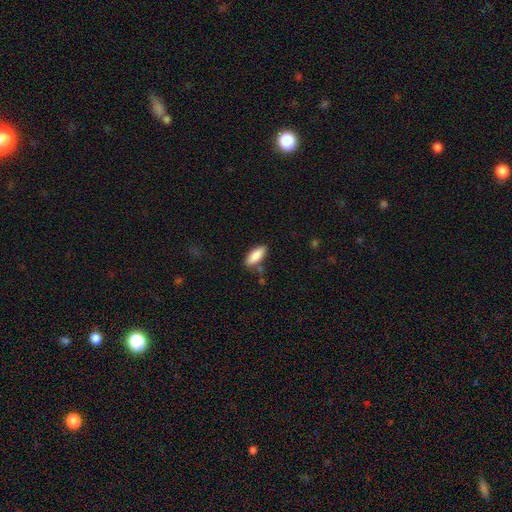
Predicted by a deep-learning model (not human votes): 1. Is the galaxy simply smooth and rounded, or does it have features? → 86% smooth, 8% featured or disk, 6% star or artifact.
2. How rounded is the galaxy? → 77% in between, 21% cigar-shaped, 2% round.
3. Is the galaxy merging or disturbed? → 78% none, 14% minor disturbance, 5% merger, 3% major disturbance.